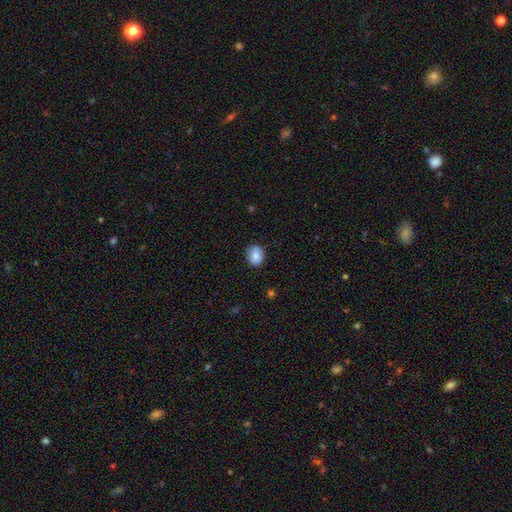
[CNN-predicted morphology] This is clearly a smooth galaxy (85%). How rounded: possibly round (51%). Merging: clearly none (82%).